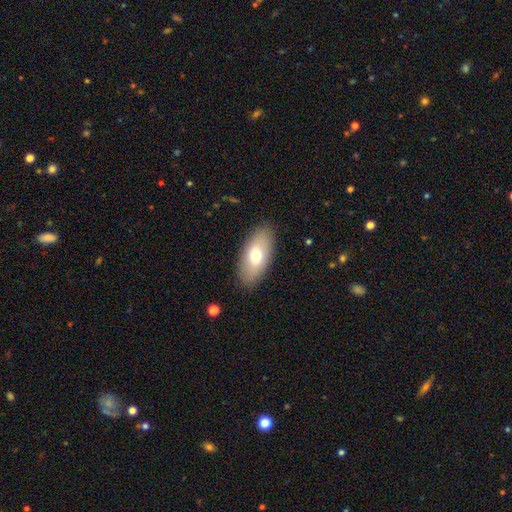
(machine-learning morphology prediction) smooth_or_featured: smooth (p=0.69) [alt: featured or disk p=0.24]
how_rounded: in between (p=0.90) [alt: cigar-shaped p=0.06]
merging: none (p=0.87) [alt: minor disturbance p=0.09]